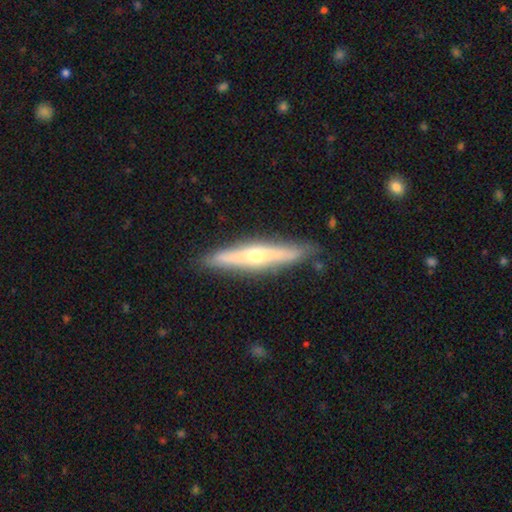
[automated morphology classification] type=featured or disk (66%); edge-on=yes (93%); edge-on bulge=rounded (86%); merging=none (86%).